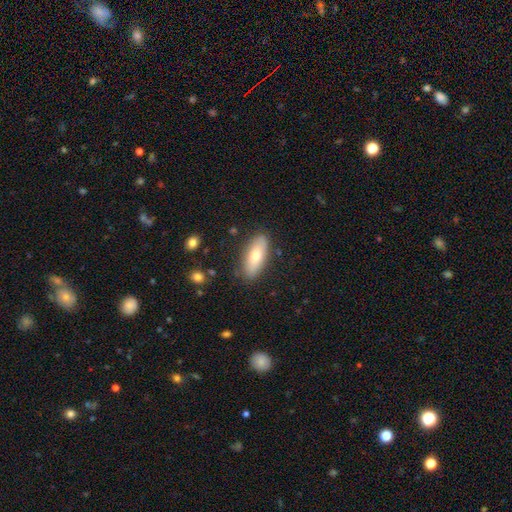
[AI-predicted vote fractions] Morphology: type=smooth (68%); roundness=in between (73%); merging=none (85%).